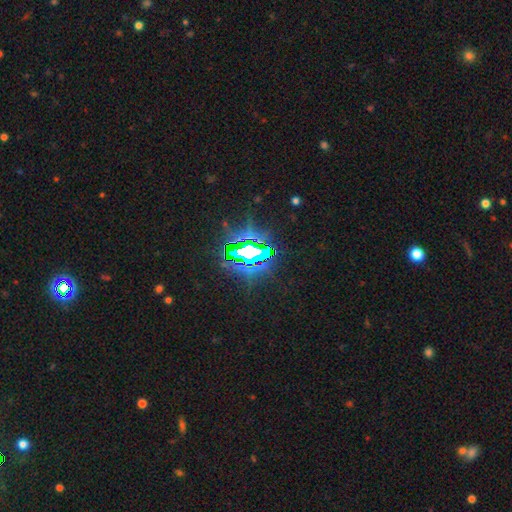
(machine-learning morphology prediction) type=star or artifact (80%).